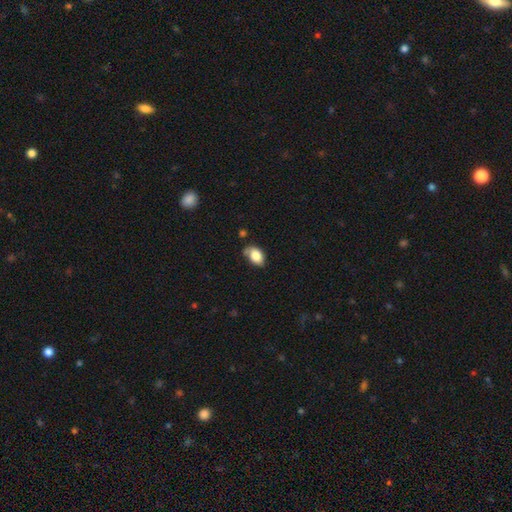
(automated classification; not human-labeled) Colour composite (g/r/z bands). It shows a smooth galaxy with no disk features (79%) that is in between round and cigar-shaped (88%). Merging: none (55%).